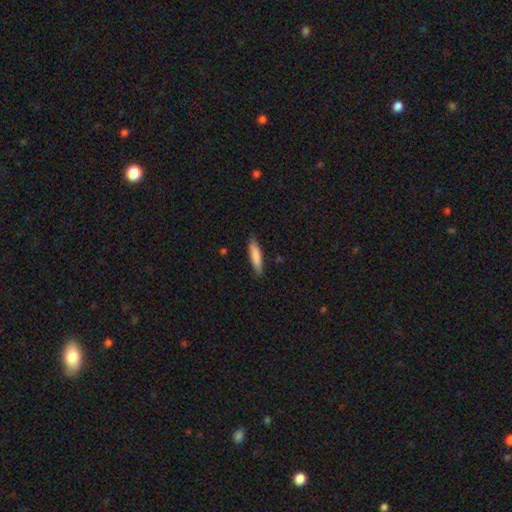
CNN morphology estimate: The model was most divided on "how rounded": cigar-shaped: 77%, in between: 22%, round: 1%. More confident: smooth or featured — smooth (82%); merging — none (81%).